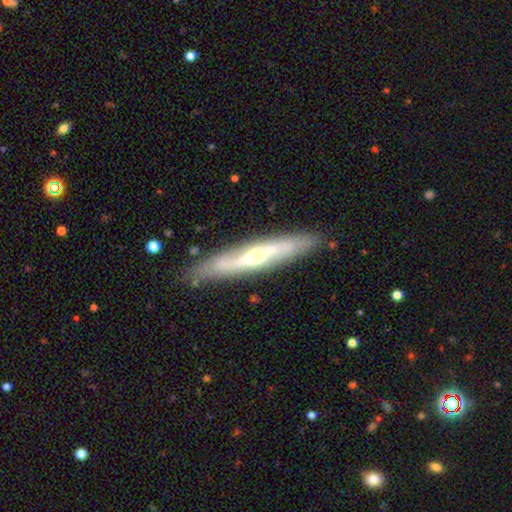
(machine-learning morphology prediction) Smooth or featured: featured or disk — 69% (smooth — 26%)
Edge-on disk: yes — 70% (no — 30%)
Merging: none — 84% (minor disturbance — 12%)